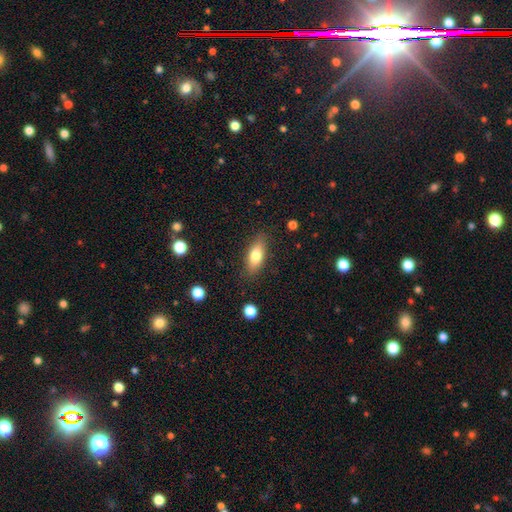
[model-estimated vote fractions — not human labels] Q: Smooth or featured?
A: smooth (74%); runner-up: featured or disk (19%)
Q: How rounded?
A: in between (76%); runner-up: cigar-shaped (19%)
Q: Merging?
A: none (84%); runner-up: minor disturbance (12%)